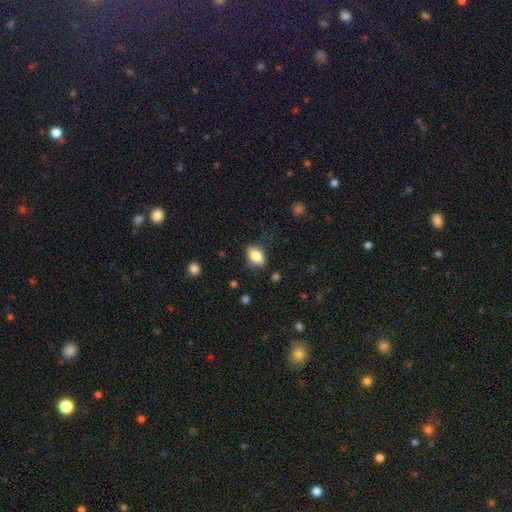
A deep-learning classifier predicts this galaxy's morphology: smooth_or_featured: smooth (p=0.81) [alt: featured or disk p=0.11]
how_rounded: in between (p=0.85) [alt: round p=0.12]
merging: none (p=0.73) [alt: minor disturbance p=0.19]